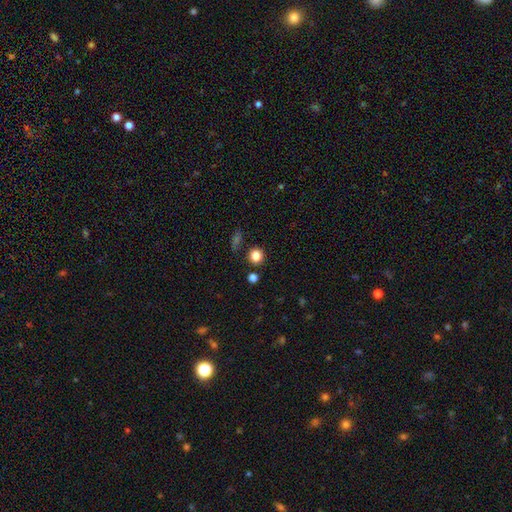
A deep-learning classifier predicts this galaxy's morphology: type=smooth (83%); roundness=round (90%); merging=none (85%).